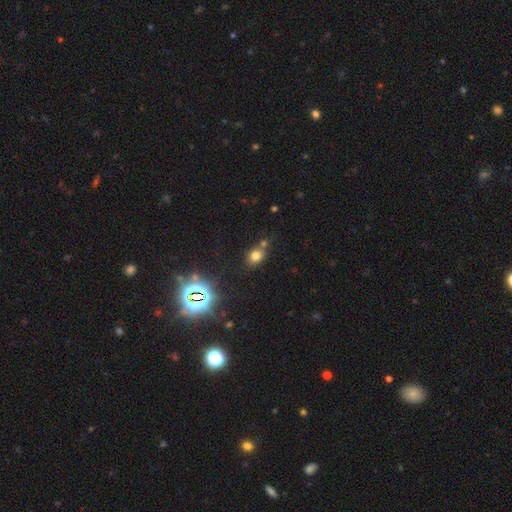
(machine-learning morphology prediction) A smooth galaxy with no disk features (70%) that is in between round and cigar-shaped (58%). Merging: none (65%).